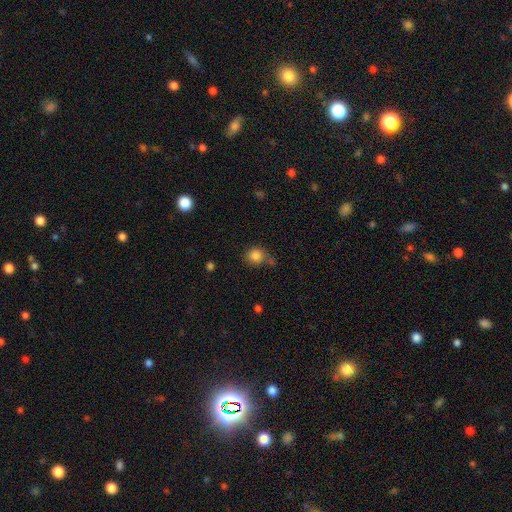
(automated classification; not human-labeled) smooth-or-featured: smooth: 84% | star or artifact: 10% | featured or disk: 6%
  how-rounded: round: 80% | in between: 19% | cigar-shaped: 1%
  merging: none: 59% | minor disturbance: 20% | merger: 13% | major disturbance: 8%